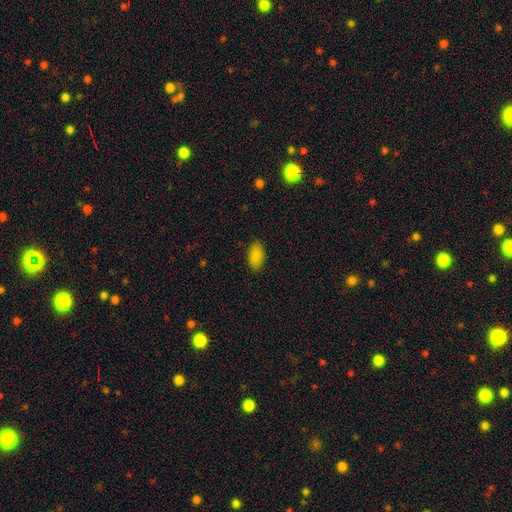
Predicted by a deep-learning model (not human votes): A smooth galaxy with no disk features (88%) that is in between round and cigar-shaped (93%).

Vote fractions:
- Smooth or featured? smooth: 88% / star or artifact: 8% / featured or disk: 4%
- How rounded? in between: 93% / cigar-shaped: 4% / round: 3%
- Merging? none: 88% / minor disturbance: 9% / major disturbance: 2% / merger: 1%